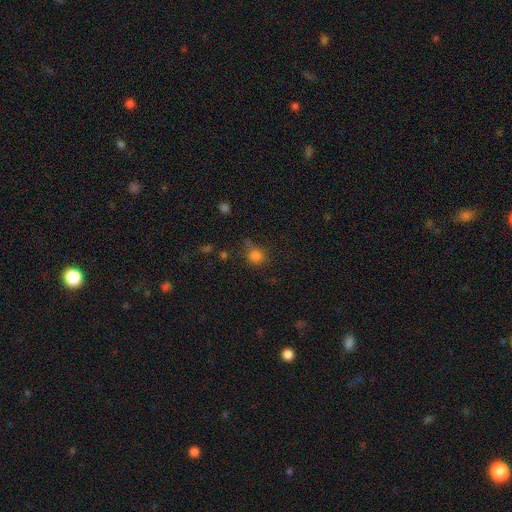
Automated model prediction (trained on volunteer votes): Smooth or featured: smooth — 79% (star or artifact — 15%)
How rounded: round — 76% (in between — 23%)
Merging: none — 61% (minor disturbance — 24%)